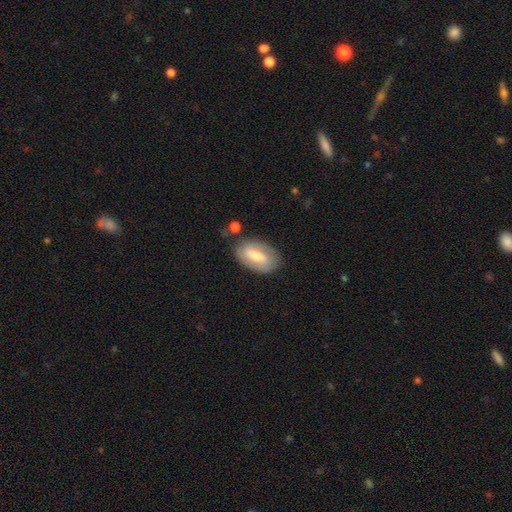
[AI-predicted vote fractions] smooth_or_featured: smooth (p=0.49) [alt: featured or disk p=0.45]
merging: none (p=0.75) [alt: minor disturbance p=0.16]